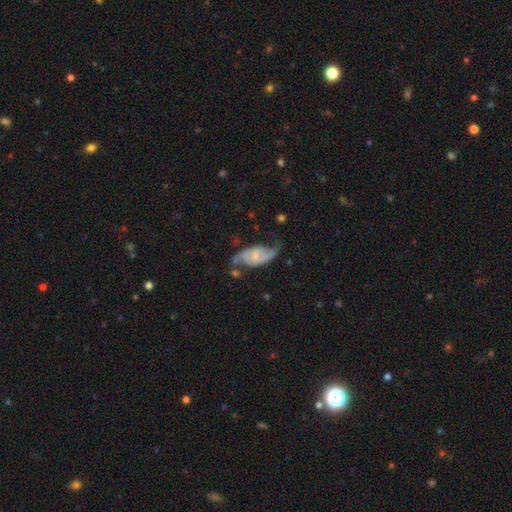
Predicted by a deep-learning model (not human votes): A featured or disk galaxy (74%) with a weak bar (46%), 2 (87%) loose (55%) spiral arms (91%) and a small central bulge (47%).

Vote fractions:
- Smooth or featured? featured or disk: 74% / smooth: 19% / star or artifact: 7%
- Edge-on disk? no: 95% / yes: 5%
- Bar? weak: 46% / no: 38% / strong: 16%
- Spiral arms? yes: 91% / no: 9%
- Spiral winding? loose: 55% / medium: 33% / tight: 11%
- Spiral arm count? 2: 87% / can't tell: 6% / 1: 4% / 3: 1% / 4: 1% / more than 4: 1%
- Bulge size? small: 47% / none: 25% / moderate: 23% / large: 3% / dominant: 1%
- Merging? none: 50% / minor disturbance: 25% / major disturbance: 19% / merger: 6%